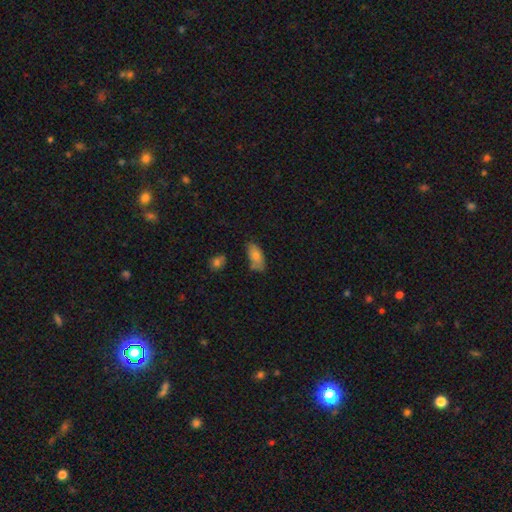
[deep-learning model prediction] Morphology: type=smooth (74%); roundness=in between (88%); merging=none (68%).